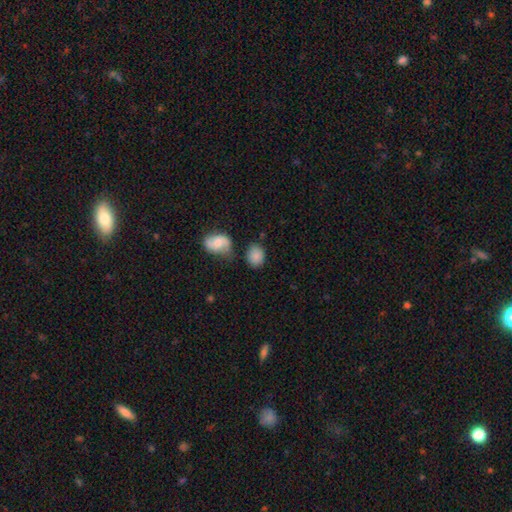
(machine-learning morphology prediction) This is clearly a smooth galaxy (82%). How rounded: possibly in between (51%). Merging: likely none (66%).